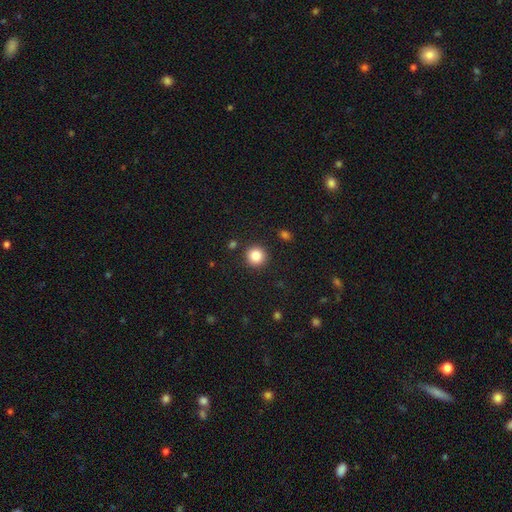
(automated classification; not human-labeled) smooth_or_featured: smooth (p=0.85) [alt: star or artifact p=0.10]
how_rounded: round (p=0.94) [alt: in between p=0.05]
merging: none (p=0.90) [alt: minor disturbance p=0.06]